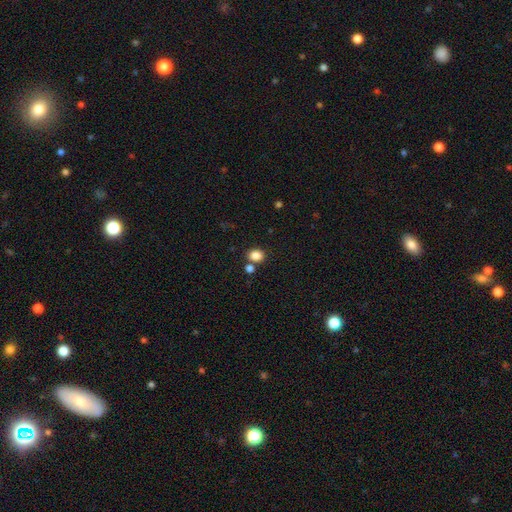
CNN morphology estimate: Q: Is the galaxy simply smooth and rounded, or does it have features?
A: smooth — 85%.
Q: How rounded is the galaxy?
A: round — 52%.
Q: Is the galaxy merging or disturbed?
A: none — 70%.